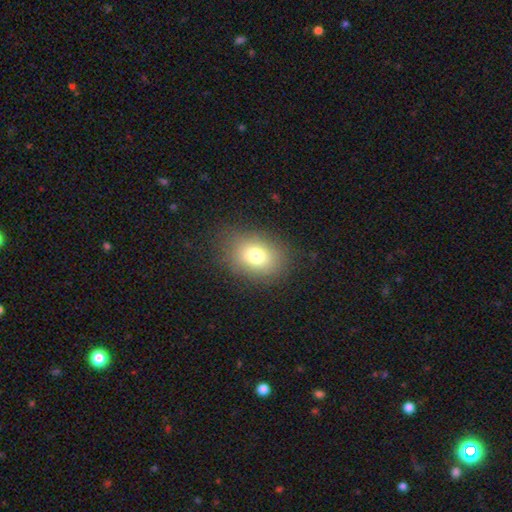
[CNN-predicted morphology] Smooth or featured: smooth — 76% (star or artifact — 13%)
How rounded: in between — 62% (round — 37%)
Merging: none — 81% (minor disturbance — 12%)